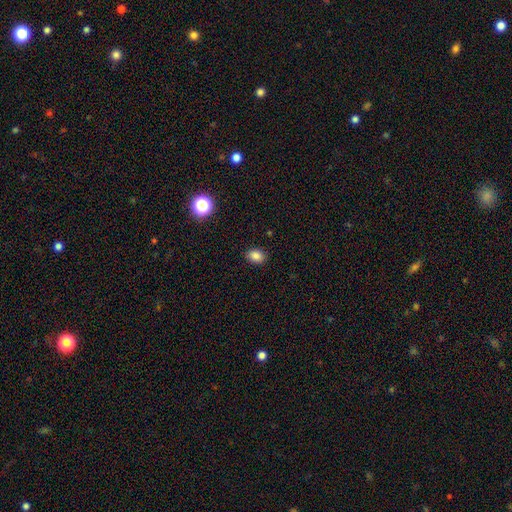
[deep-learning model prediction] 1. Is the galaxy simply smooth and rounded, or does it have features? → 84% smooth, 12% star or artifact, 4% featured or disk.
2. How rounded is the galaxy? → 65% in between, 34% round, 1% cigar-shaped.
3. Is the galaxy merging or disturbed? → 88% none, 8% minor disturbance, 2% major disturbance, 1% merger.